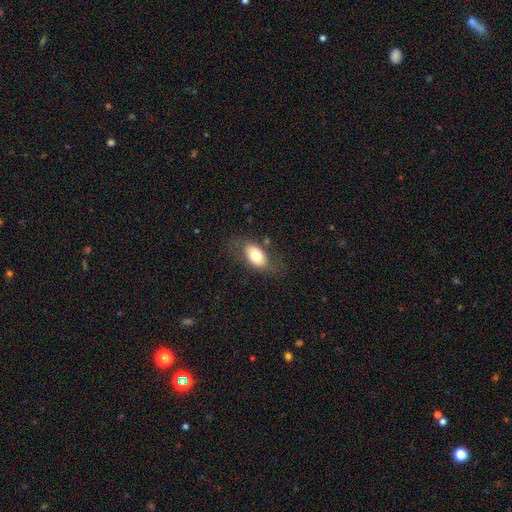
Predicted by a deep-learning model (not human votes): This appears to be a smooth galaxy with no disk features (72%) that is in between round and cigar-shaped (91%). Merging: none (74%).